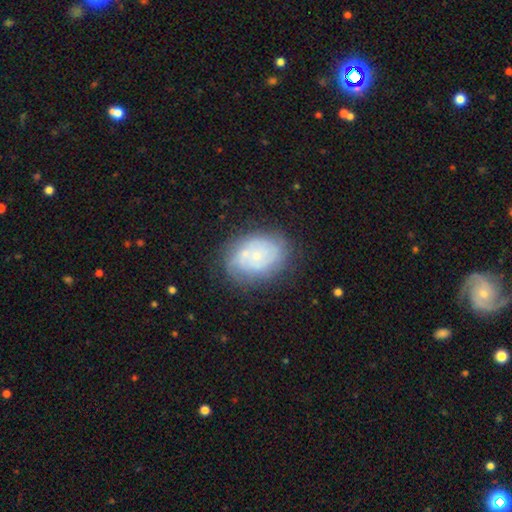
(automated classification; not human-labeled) The model was most divided on "smooth or featured": featured or disk: 63%, smooth: 29%, star or artifact: 8%. More confident: edge-on disk — no (97%); bar — no (84%); bulge size — small (75%); spiral arms — yes (67%); merging — none (64%).